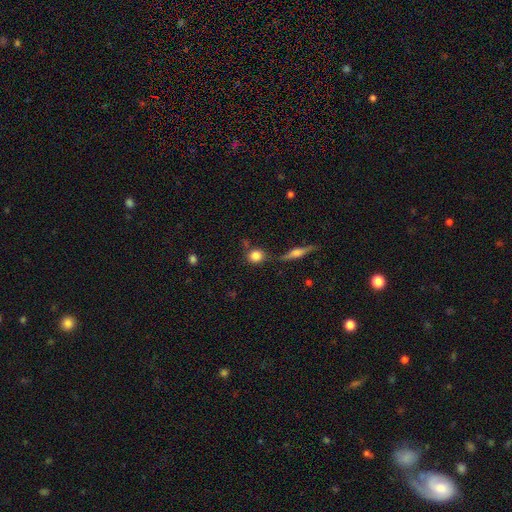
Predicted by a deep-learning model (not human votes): A smooth galaxy with no disk features (81%) that is round (82%).

Vote fractions:
- Smooth or featured? smooth: 81% / featured or disk: 10% / star or artifact: 9%
- How rounded? round: 82% / in between: 16% / cigar-shaped: 3%
- Merging? none: 72% / minor disturbance: 14% / merger: 11% / major disturbance: 4%